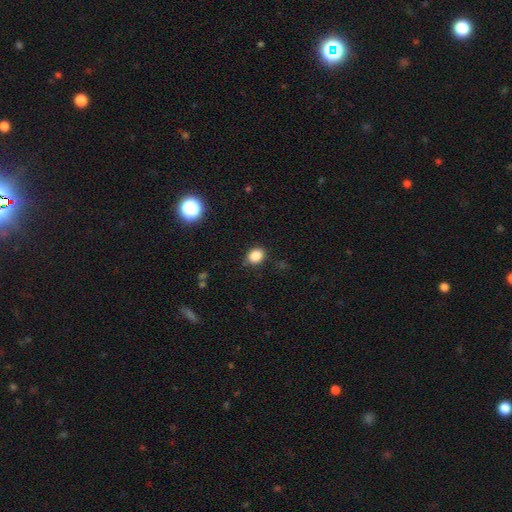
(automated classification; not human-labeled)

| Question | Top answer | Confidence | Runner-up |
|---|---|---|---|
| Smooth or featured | smooth | 85% | star or artifact (11%) |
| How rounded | in between | 50% | round (49%) |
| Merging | none | 82% | minor disturbance (14%) |